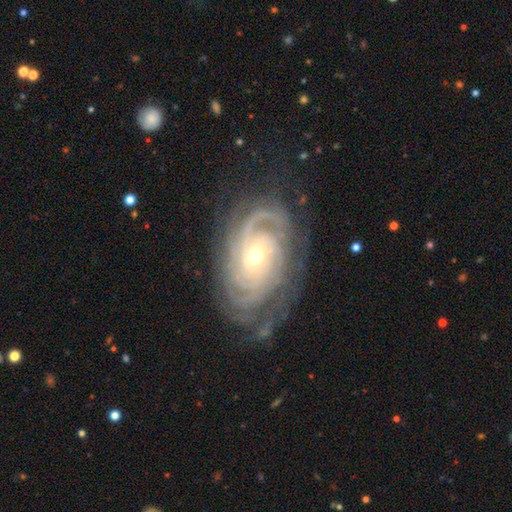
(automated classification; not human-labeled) smooth-or-featured: featured or disk: 90% | star or artifact: 5% | smooth: 5%
  disk-edge-on: no: 96% | yes: 4%
    bar: no: 69% | weak: 23% | strong: 8%
    has-spiral-arms: yes: 98% | no: 2%
      spiral-winding: tight: 78% | medium: 19% | loose: 3%
      spiral-arm-count: can't tell: 24% | 4: 22% | 3: 21% | 2: 15% | more than 4: 11% | 1: 6%
    bulge-size: small: 62% | moderate: 35% | large: 2% | none: 1% | dominant: 1%
  merging: none: 69% | minor disturbance: 20% | major disturbance: 9% | merger: 2%